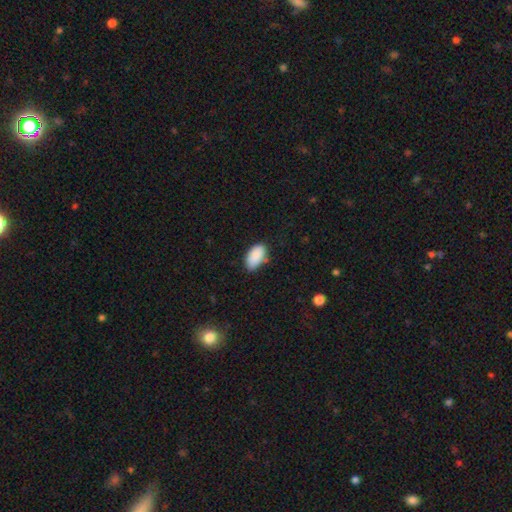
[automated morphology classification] Smooth or featured: smooth — 89% (star or artifact — 7%)
How rounded: in between — 95% (round — 3%)
Merging: none — 73% (minor disturbance — 21%)